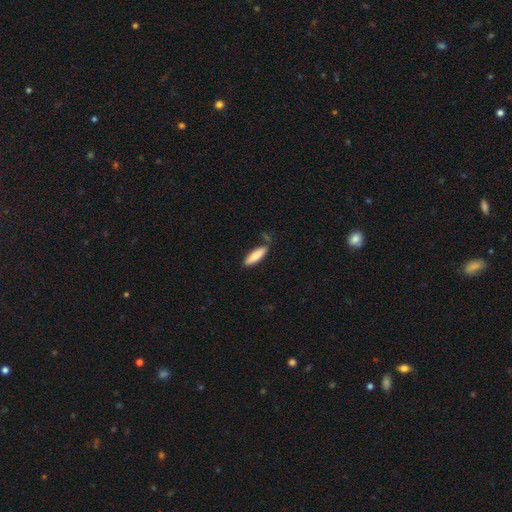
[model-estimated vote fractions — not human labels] smooth-or-featured: smooth: 84% | featured or disk: 10% | star or artifact: 6%
  how-rounded: cigar-shaped: 56% | in between: 43% | round: 2%
  merging: none: 72% | minor disturbance: 19% | merger: 6% | major disturbance: 4%